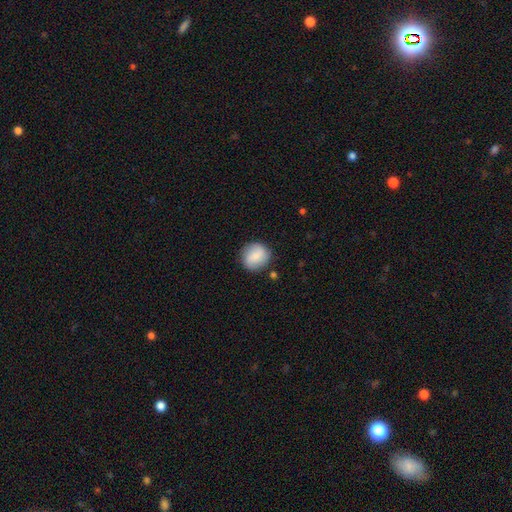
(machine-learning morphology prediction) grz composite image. It shows a smooth galaxy with no disk features (79%) that is round (87%). Merging: none (83%).